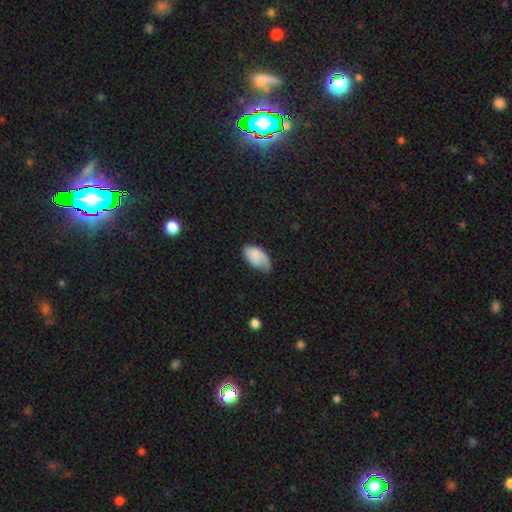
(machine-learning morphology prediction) smooth_or_featured: smooth (p=0.69) [alt: featured or disk p=0.24]
how_rounded: in between (p=0.94) [alt: round p=0.04]
merging: none (p=0.43) [alt: minor disturbance p=0.37]